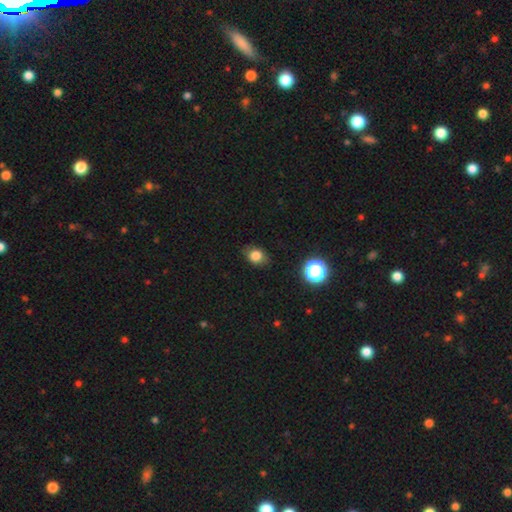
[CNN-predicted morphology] Smooth or featured?
  - smooth: 80% *
  - star or artifact: 13%
  - featured or disk: 7%
How rounded?
  - in between: 54% *
  - round: 44%
  - cigar-shaped: 1%
Merging?
  - none: 82% *
  - minor disturbance: 14%
  - major disturbance: 3%
  - merger: 1%